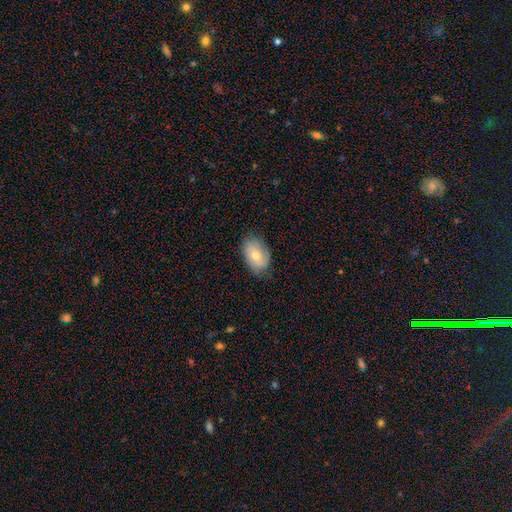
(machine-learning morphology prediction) A smooth galaxy with no disk features (66%) that is in between round and cigar-shaped (87%). Merging: none (73%).